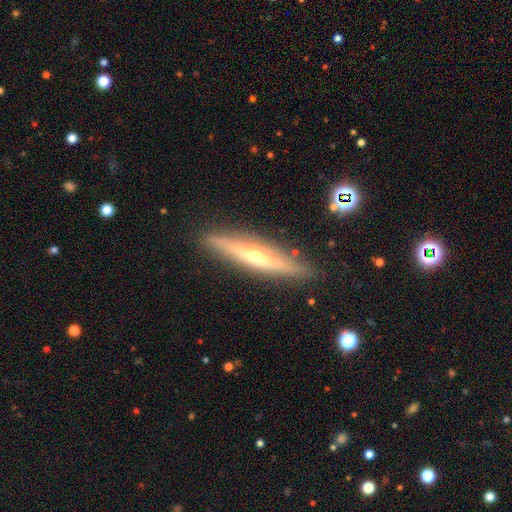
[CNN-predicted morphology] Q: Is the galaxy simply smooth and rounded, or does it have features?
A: featured or disk — 66%.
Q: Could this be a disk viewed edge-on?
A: yes — 91%.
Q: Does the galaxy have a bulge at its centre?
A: rounded — 79%.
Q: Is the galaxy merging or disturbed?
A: none — 87%.